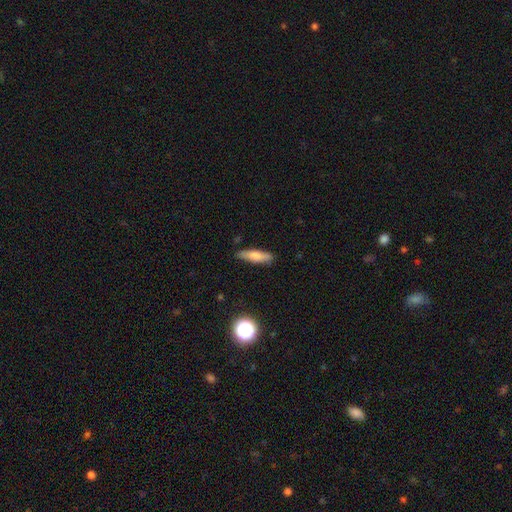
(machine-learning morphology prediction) Smooth or featured: smooth — 73% (featured or disk — 20%)
How rounded: cigar-shaped — 68% (in between — 30%)
Merging: none — 84% (minor disturbance — 12%)